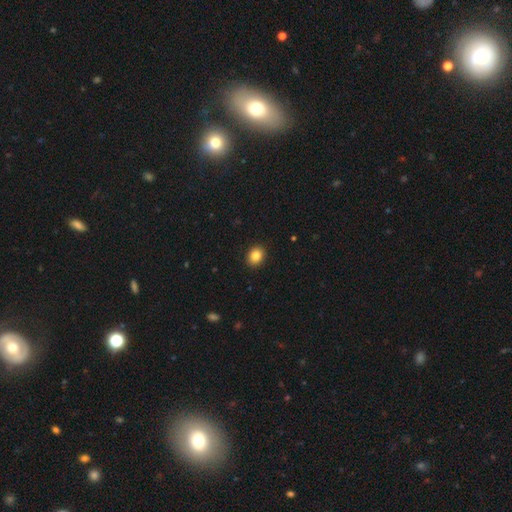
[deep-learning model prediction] Q: Smooth or featured?
A: smooth (85%); runner-up: star or artifact (10%)
Q: How rounded?
A: round (55%); runner-up: in between (44%)
Q: Merging?
A: none (92%); runner-up: minor disturbance (6%)